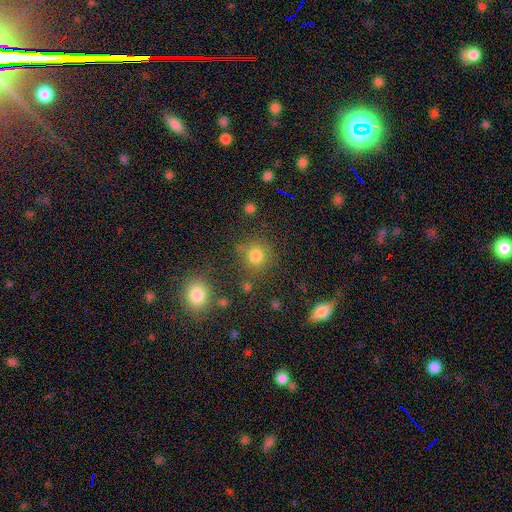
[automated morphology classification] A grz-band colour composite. It shows a smooth galaxy with no disk features (78%) that is round (90%). Merging: none (79%).